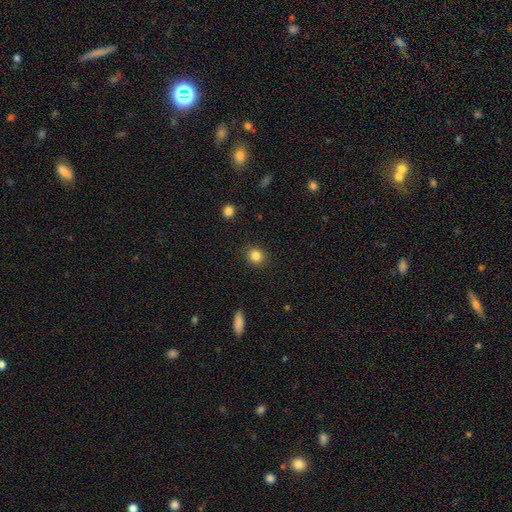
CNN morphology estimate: This is clearly a smooth galaxy (84%). How rounded: clearly round (82%). Merging: clearly none (90%).